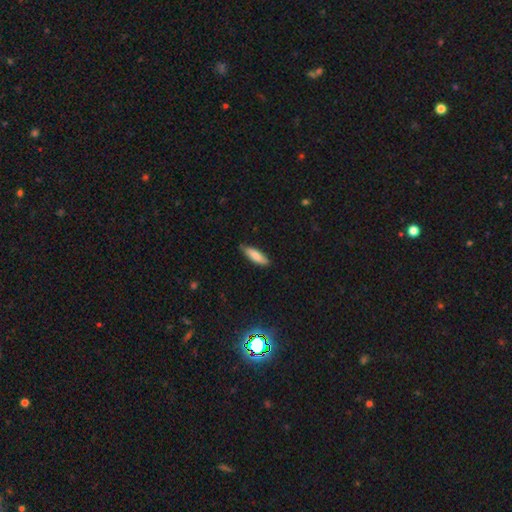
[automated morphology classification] Smooth or featured: smooth — 82% (featured or disk — 12%)
How rounded: cigar-shaped — 54% (in between — 45%)
Merging: none — 79% (minor disturbance — 18%)